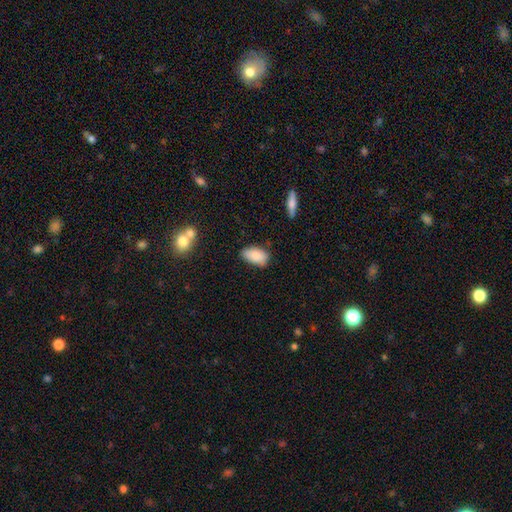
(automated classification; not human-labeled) Smooth or featured: smooth — 86% (featured or disk — 7%)
How rounded: in between — 93% (round — 4%)
Merging: none — 70% (minor disturbance — 24%)